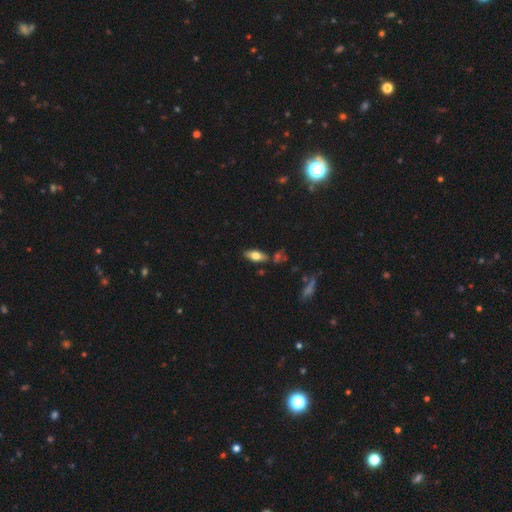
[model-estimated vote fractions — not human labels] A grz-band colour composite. It shows a smooth galaxy with no disk features (65%) that is in between round and cigar-shaped (77%). Merging: none (77%).